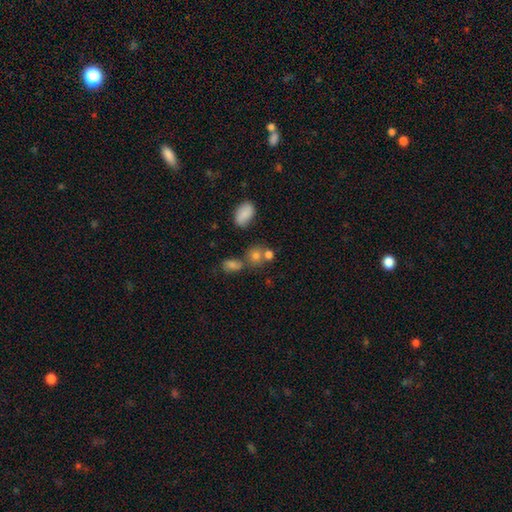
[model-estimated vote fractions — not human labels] The model was most divided on "merging": none: 51%, merger: 33%, minor disturbance: 11%, major disturbance: 5%. More confident: smooth or featured — smooth (73%); how rounded — round (69%).